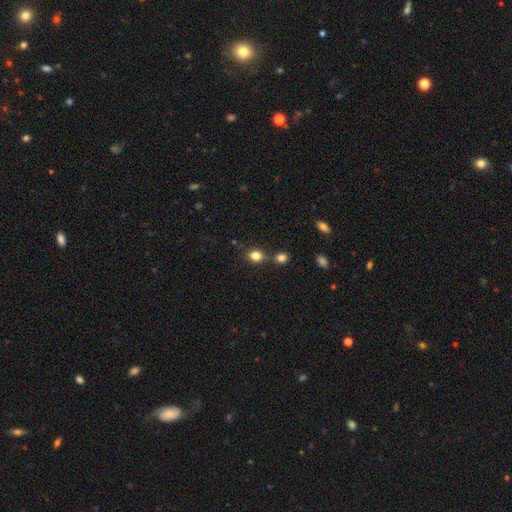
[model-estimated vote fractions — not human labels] smooth-or-featured: smooth: 82% | star or artifact: 12% | featured or disk: 6%
  how-rounded: in between: 52% | round: 46% | cigar-shaped: 1%
  merging: none: 68% | merger: 17% | minor disturbance: 12% | major disturbance: 3%